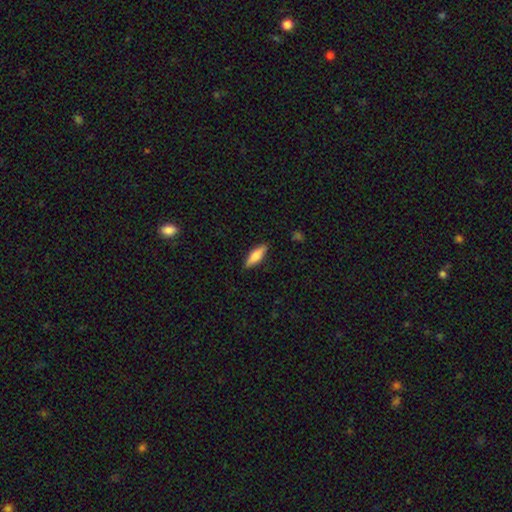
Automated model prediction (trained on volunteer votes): This appears to be a smooth galaxy with no disk features (74%) that is cigar-shaped (51%). Merging: none (88%).